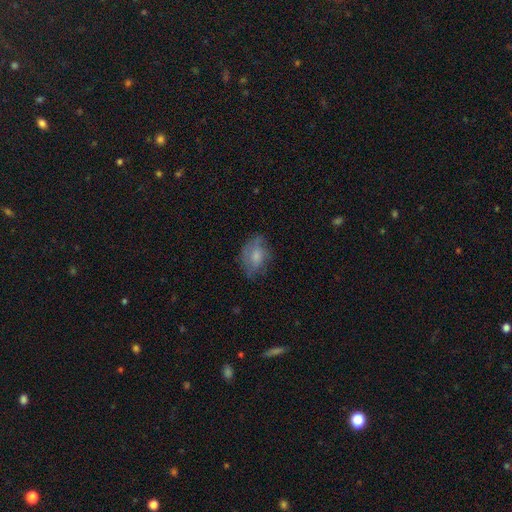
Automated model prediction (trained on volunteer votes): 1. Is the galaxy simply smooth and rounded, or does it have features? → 54% smooth, 38% featured or disk, 8% star or artifact.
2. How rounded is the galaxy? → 80% in between, 18% round, 2% cigar-shaped.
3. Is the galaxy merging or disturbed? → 59% none, 27% minor disturbance, 13% major disturbance, 1% merger.